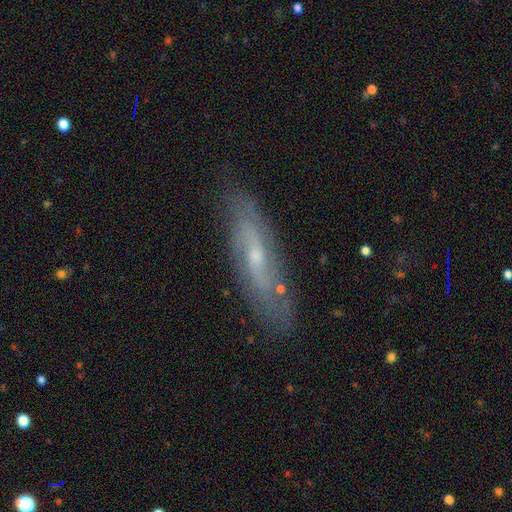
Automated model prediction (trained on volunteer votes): This is likely a featured or disk galaxy (70%). It is likely not viewed edge-on (64%). Merging: clearly none (81%).